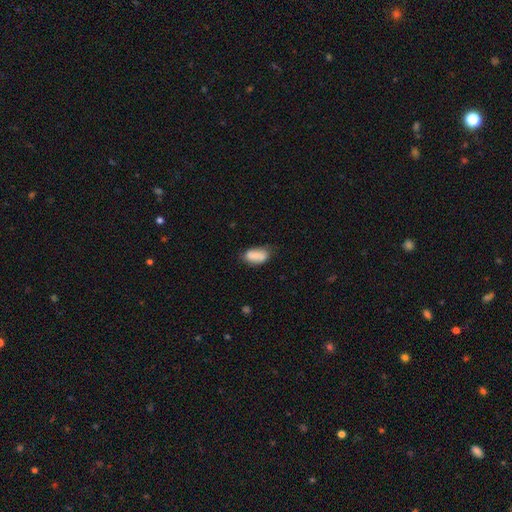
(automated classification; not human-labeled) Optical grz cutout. It shows a smooth galaxy with no disk features (73%) that is in between round and cigar-shaped (91%). Merging: none (60%).